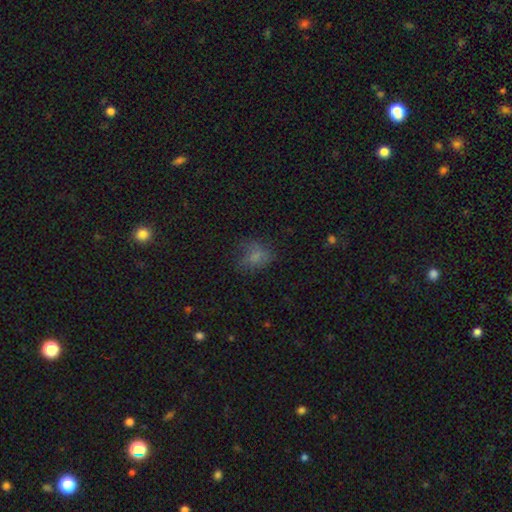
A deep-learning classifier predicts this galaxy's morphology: The model was most divided on "merging": none: 48%, minor disturbance: 26%, major disturbance: 23%, merger: 3%. More confident: smooth or featured — smooth (65%); how rounded — in between (64%).